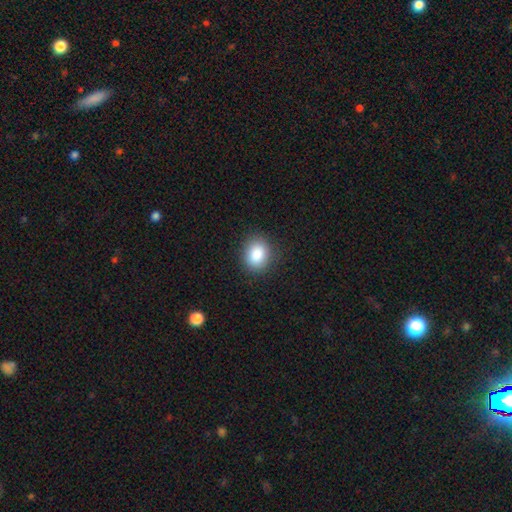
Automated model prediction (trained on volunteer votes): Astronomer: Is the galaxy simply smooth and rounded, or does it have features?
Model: smooth — 87%.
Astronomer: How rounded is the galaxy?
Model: round — 55% (runner-up: in between, 44%).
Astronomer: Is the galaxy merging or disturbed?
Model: none — 87%.